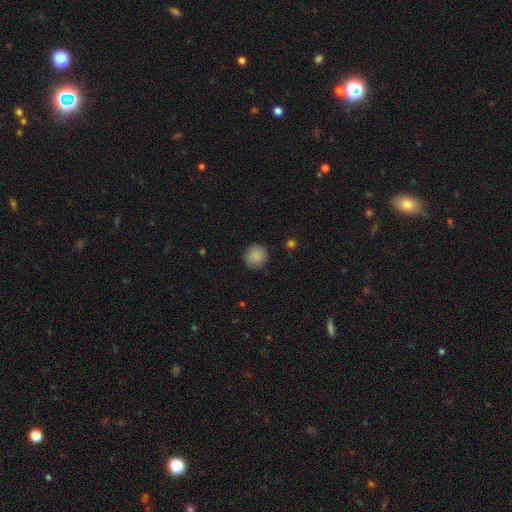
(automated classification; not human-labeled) This is clearly a smooth galaxy (88%). How rounded: clearly round (94%). Merging: clearly none (90%).